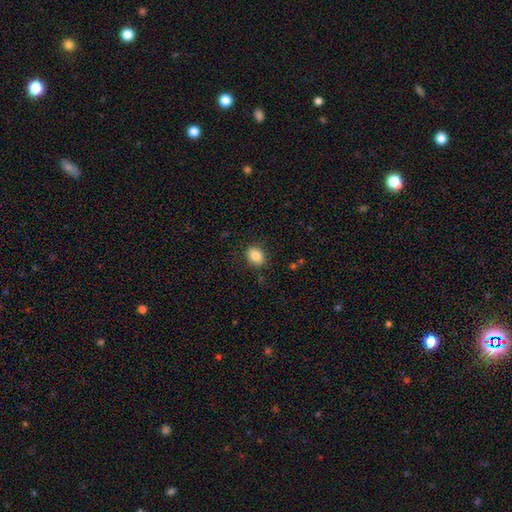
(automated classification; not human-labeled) Smooth or featured?
  - smooth: 84% *
  - star or artifact: 9%
  - featured or disk: 7%
How rounded?
  - in between: 61% *
  - round: 38%
  - cigar-shaped: 1%
Merging?
  - none: 87% *
  - minor disturbance: 10%
  - major disturbance: 3%
  - merger: 1%